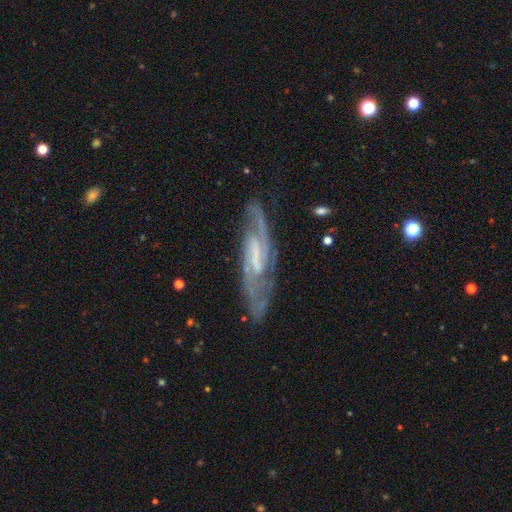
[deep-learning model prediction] featured or disk 88%, smooth 6%, star or artifact 6%. Down the decision tree: edge-on disk — no (87%); bar — strong (43%); spiral arms — yes (97%); spiral arm count — 2 (82%); spiral winding — medium (52%); bulge size — none (39%); merging — none (75%).